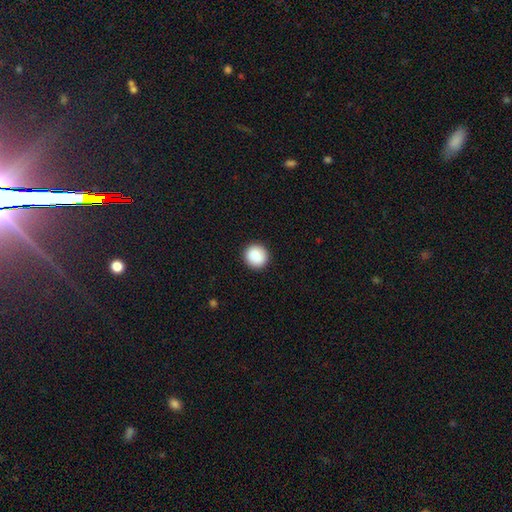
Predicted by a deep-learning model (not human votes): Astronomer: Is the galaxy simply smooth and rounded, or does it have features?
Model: smooth — 89%.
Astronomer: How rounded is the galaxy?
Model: round — 93%.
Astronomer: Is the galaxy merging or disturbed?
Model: none — 92%.